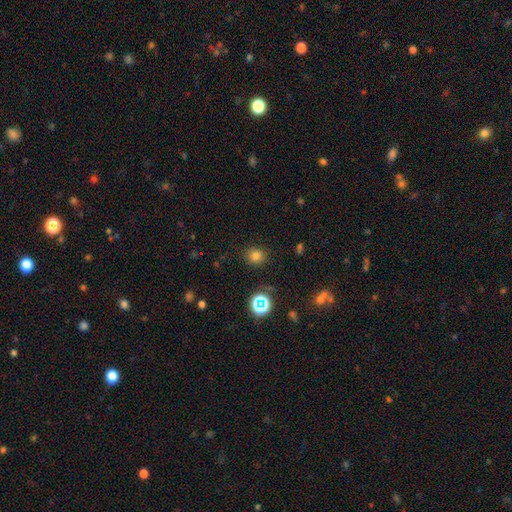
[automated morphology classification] smooth 76%, star or artifact 18%, featured or disk 6%. Down the decision tree: how rounded — round (82%); merging — none (87%).